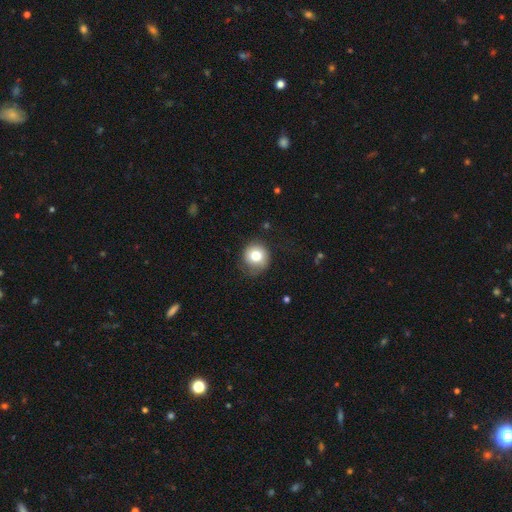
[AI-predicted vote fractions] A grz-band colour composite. It shows a smooth galaxy with no disk features (77%) that is round (89%). Merging: none (68%).